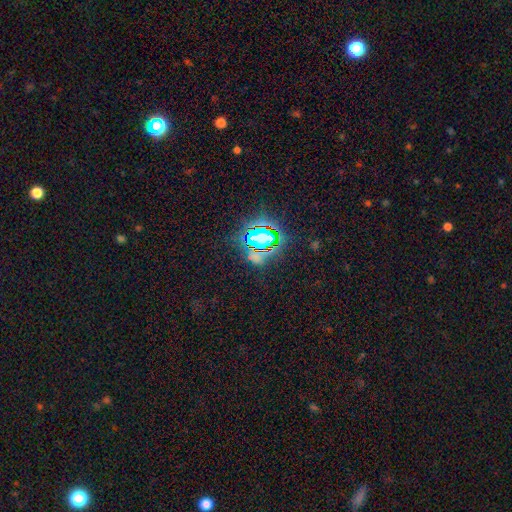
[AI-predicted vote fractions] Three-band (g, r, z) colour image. It shows a star or artifact, not a galaxy (67%).